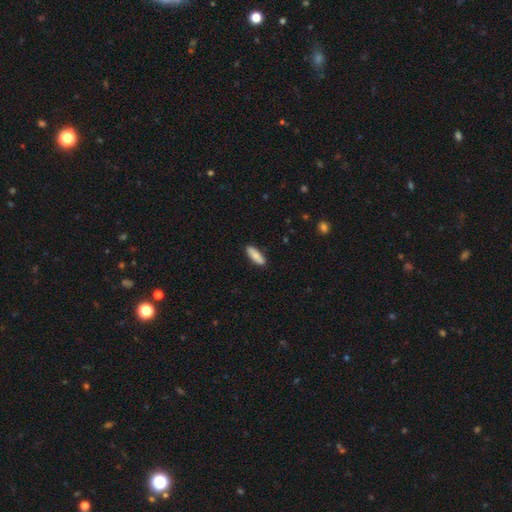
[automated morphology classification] Smooth or featured: smooth — 83% (featured or disk — 12%)
How rounded: in between — 56% (cigar-shaped — 42%)
Merging: none — 87% (minor disturbance — 10%)